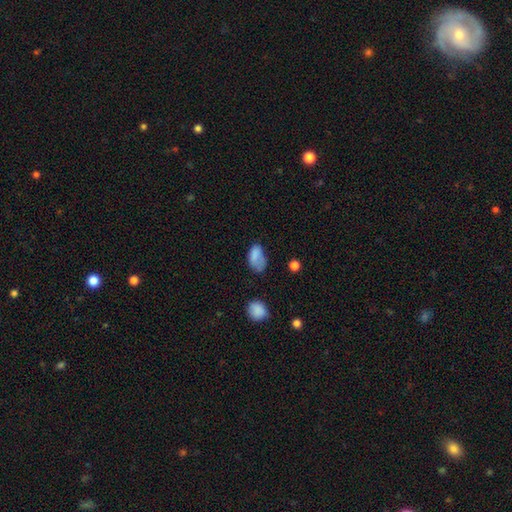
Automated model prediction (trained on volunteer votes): A smooth galaxy with no disk features (77%) that is in between round and cigar-shaped (89%).

Vote fractions:
- Smooth or featured? smooth: 77% / featured or disk: 13% / star or artifact: 10%
- How rounded? in between: 89% / round: 8% / cigar-shaped: 2%
- Merging? none: 38% / minor disturbance: 35% / major disturbance: 23% / merger: 5%